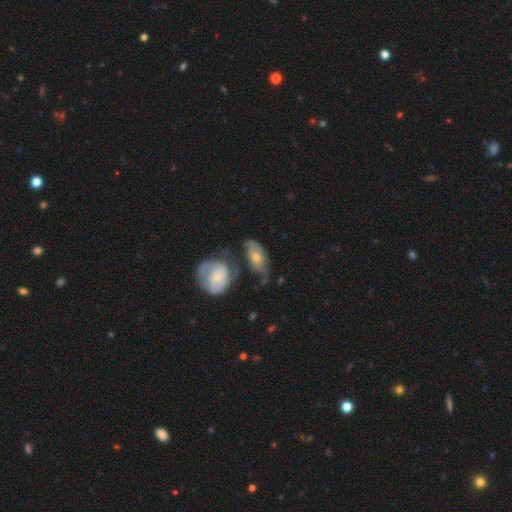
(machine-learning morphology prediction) featured or disk 50%, smooth 42%, star or artifact 8%. Down the decision tree: edge-on disk — no (89%); merging — none (36%).